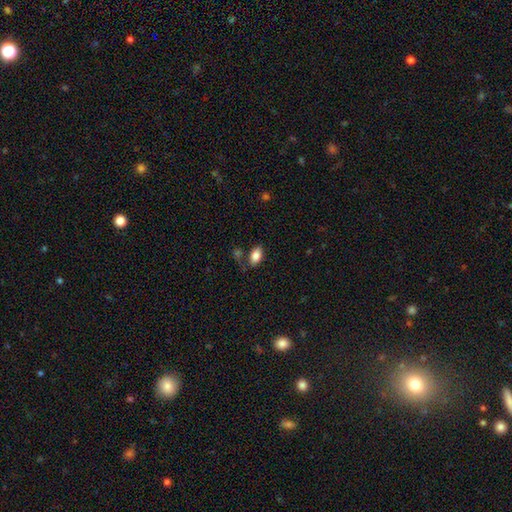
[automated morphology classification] Q: Smooth or featured?
A: smooth (84%); runner-up: featured or disk (8%)
Q: How rounded?
A: in between (92%); runner-up: round (5%)
Q: Merging?
A: none (71%); runner-up: minor disturbance (15%)